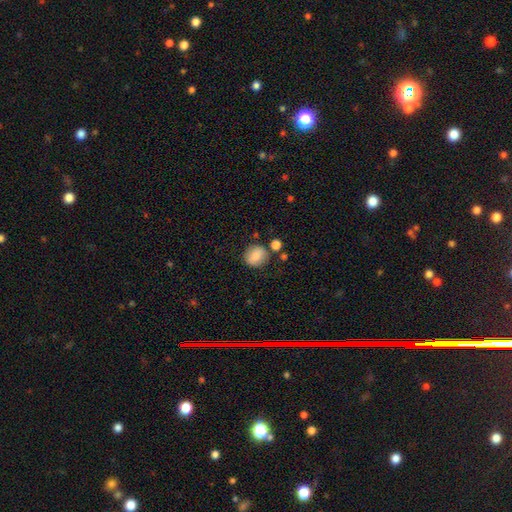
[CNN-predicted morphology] smooth 82%, featured or disk 10%, star or artifact 9%. Down the decision tree: how rounded — round (80%); merging — none (78%).